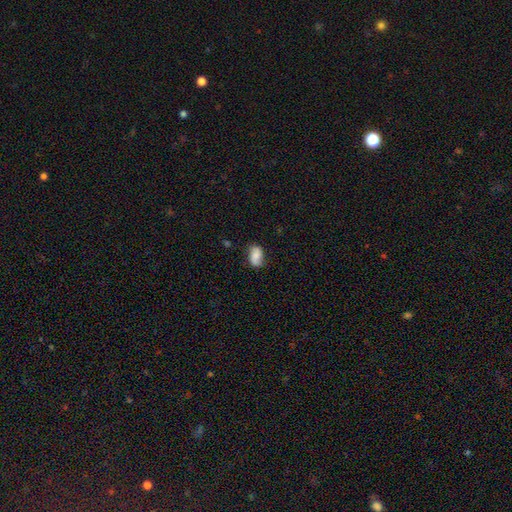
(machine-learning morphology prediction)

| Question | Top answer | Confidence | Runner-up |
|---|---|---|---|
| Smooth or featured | smooth | 67% | featured or disk (25%) |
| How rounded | in between | 89% | round (9%) |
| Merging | none | 68% | minor disturbance (25%) |